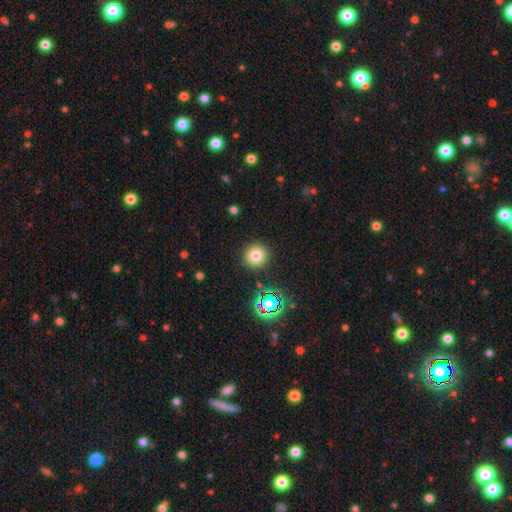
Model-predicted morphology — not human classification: The model was most divided on "smooth or featured": smooth: 76%, star or artifact: 16%, featured or disk: 8%. More confident: how rounded — round (95%); merging — none (90%).